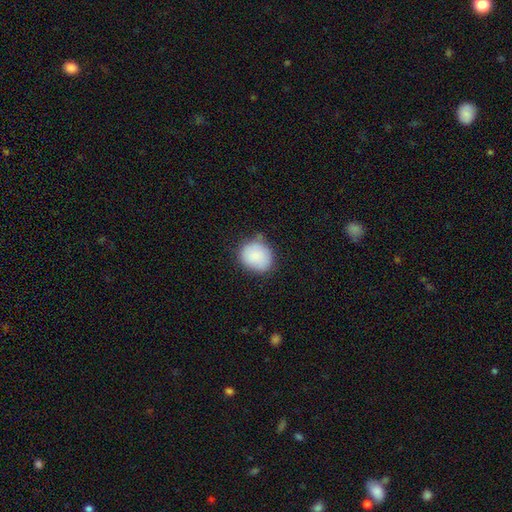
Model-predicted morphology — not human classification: Overall: smooth (87%). How rounded: round (76%). Merging: none (64%; minor disturbance 28%).